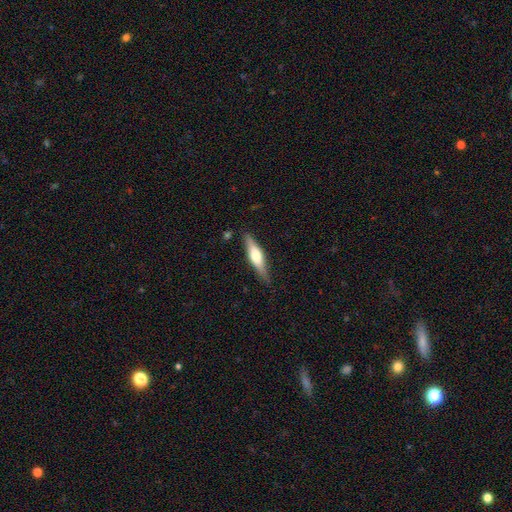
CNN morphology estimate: A featured or disk galaxy (55%) viewed edge-on (95%) with a rounded central bulge (86%). Merging: none (84%).